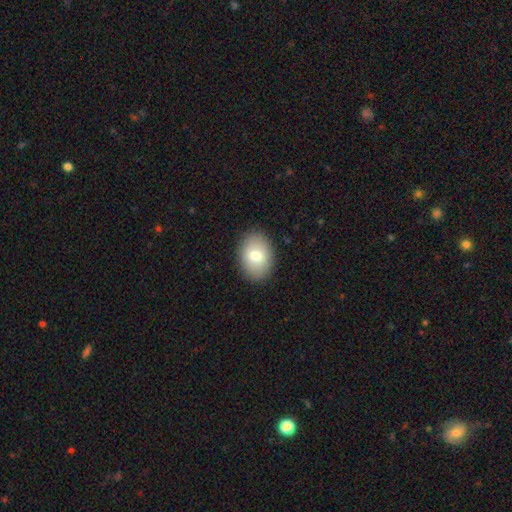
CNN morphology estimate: type=smooth (77%); roundness=in between (74%); merging=none (89%).